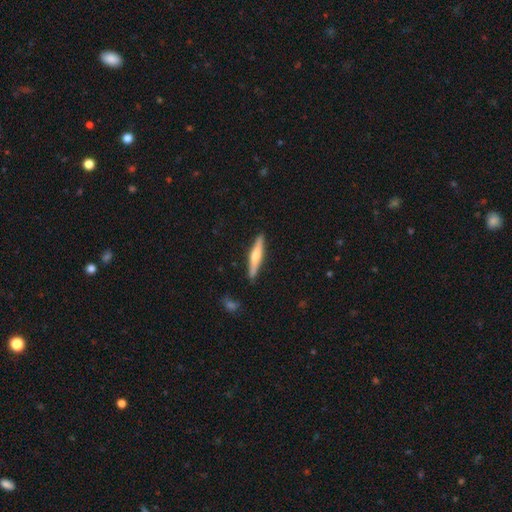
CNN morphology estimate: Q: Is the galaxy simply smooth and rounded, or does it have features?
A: featured or disk — 48%.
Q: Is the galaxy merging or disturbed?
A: none — 88%.